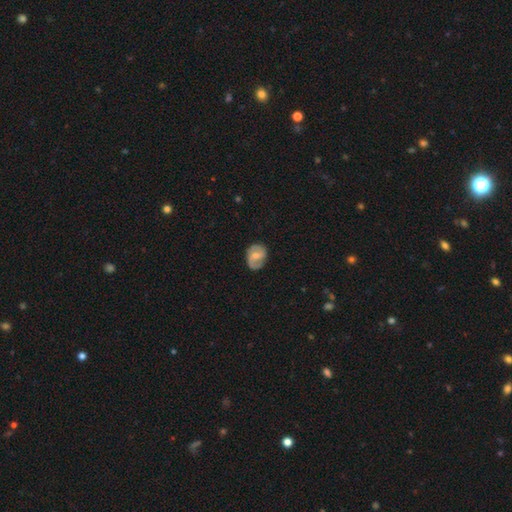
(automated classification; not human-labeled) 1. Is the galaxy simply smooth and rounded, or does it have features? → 66% featured or disk, 28% smooth, 6% star or artifact.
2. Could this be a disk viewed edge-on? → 97% no, 3% yes.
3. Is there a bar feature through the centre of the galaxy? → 49% weak, 36% no, 15% strong.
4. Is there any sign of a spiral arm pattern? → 87% yes, 13% no.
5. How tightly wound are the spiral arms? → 48% medium, 31% tight, 21% loose.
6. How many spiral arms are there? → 83% 2, 8% can't tell, 5% 1, 1% 3, 1% 4, 1% more than 4.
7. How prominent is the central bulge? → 53% moderate, 37% small, 6% none, 4% large, 1% dominant.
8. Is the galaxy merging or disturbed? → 76% none, 17% minor disturbance, 5% major disturbance, 1% merger.